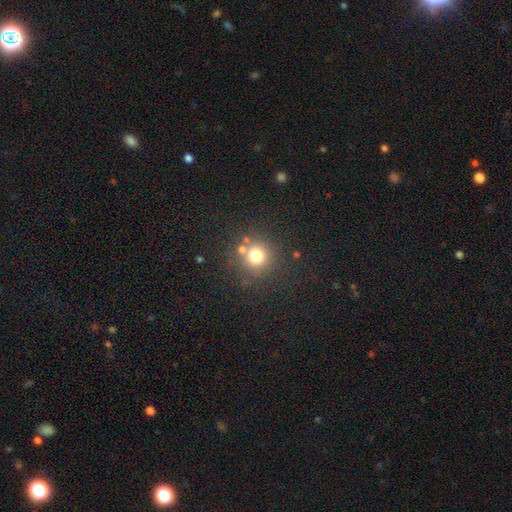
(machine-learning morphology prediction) A smooth galaxy with no disk features (75%) that is round (93%). Merging: none (74%).